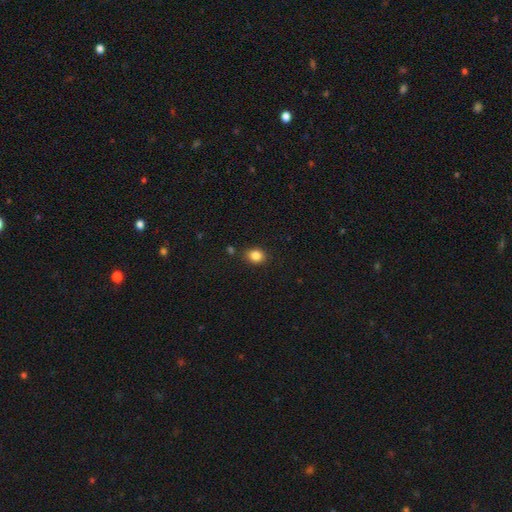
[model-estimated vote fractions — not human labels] smooth-or-featured: smooth: 85% | star or artifact: 10% | featured or disk: 5%
  how-rounded: round: 54% | in between: 45% | cigar-shaped: 1%
  merging: none: 84% | minor disturbance: 10% | merger: 4% | major disturbance: 3%